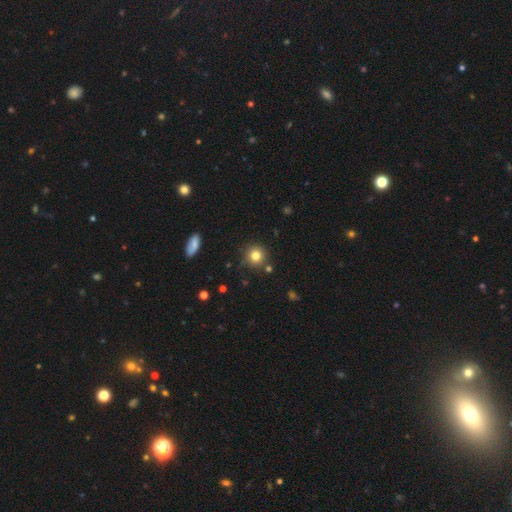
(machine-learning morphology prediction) Overall: smooth (80%). How rounded: round (93%). Merging: none (83%).